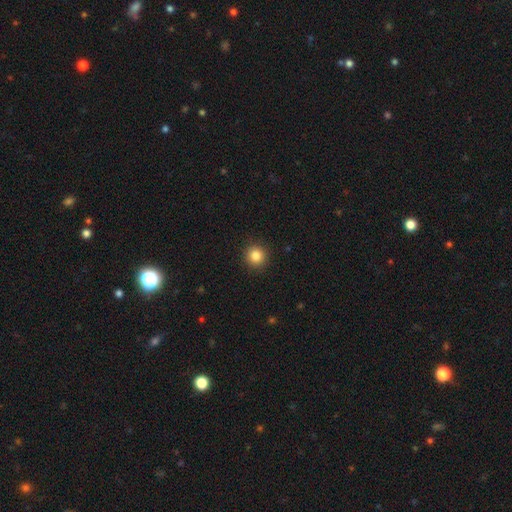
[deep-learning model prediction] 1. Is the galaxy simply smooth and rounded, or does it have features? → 85% smooth, 11% star or artifact, 5% featured or disk.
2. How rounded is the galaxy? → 94% round, 5% in between, 1% cigar-shaped.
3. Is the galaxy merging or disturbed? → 92% none, 5% minor disturbance, 2% major disturbance, 1% merger.